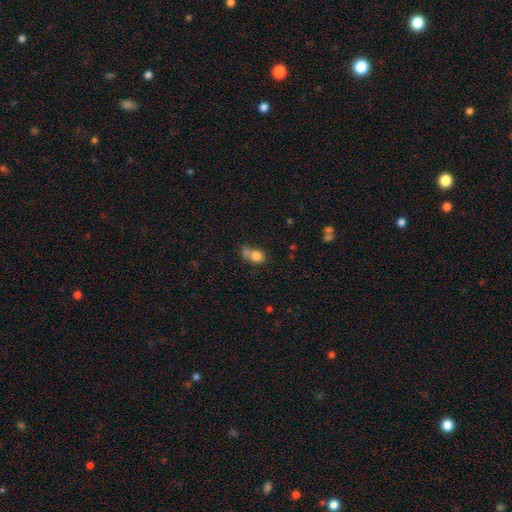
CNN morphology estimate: Overall: smooth (79%). How rounded: round (51%; in between 48%). Merging: merger (37%; none 33%).